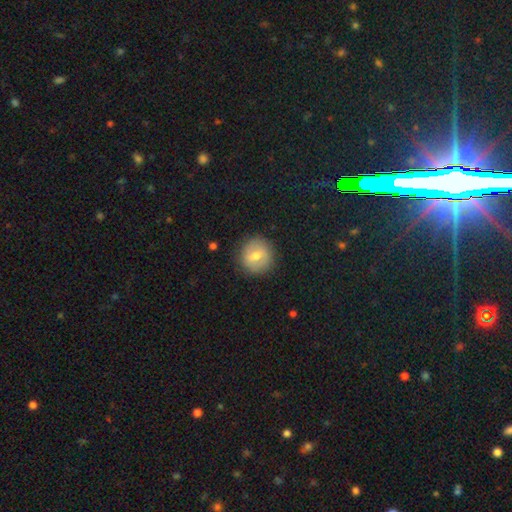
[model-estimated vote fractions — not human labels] Smooth or featured: smooth — 63% (featured or disk — 27%)
How rounded: round — 91% (in between — 8%)
Merging: none — 88% (minor disturbance — 8%)